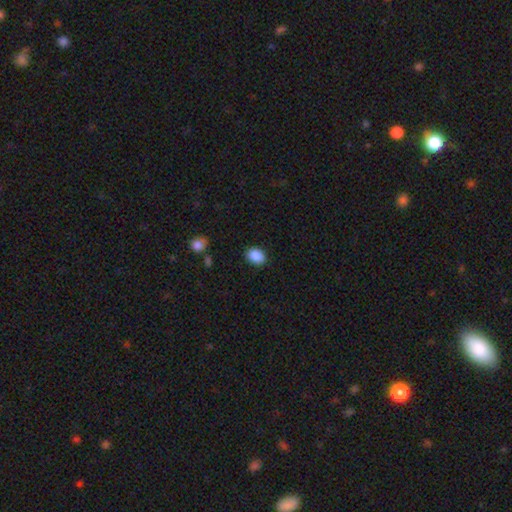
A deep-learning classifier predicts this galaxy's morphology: smooth_or_featured: smooth (p=0.89) [alt: star or artifact p=0.08]
how_rounded: in between (p=0.68) [alt: round p=0.31]
merging: none (p=0.88) [alt: minor disturbance p=0.09]